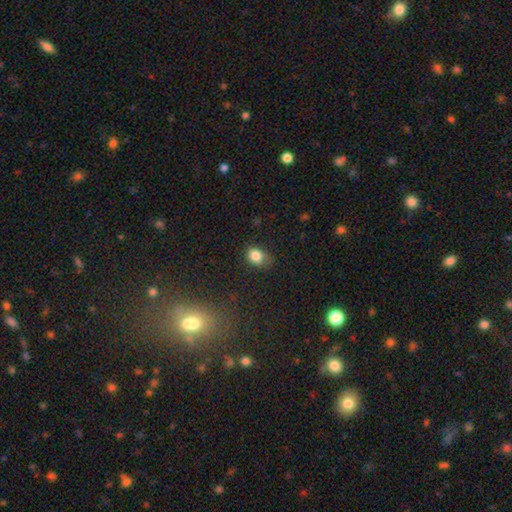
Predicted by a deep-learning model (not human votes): smooth_or_featured: smooth (p=0.83) [alt: star or artifact p=0.10]
how_rounded: in between (p=0.65) [alt: round p=0.34]
merging: none (p=0.63) [alt: minor disturbance p=0.28]